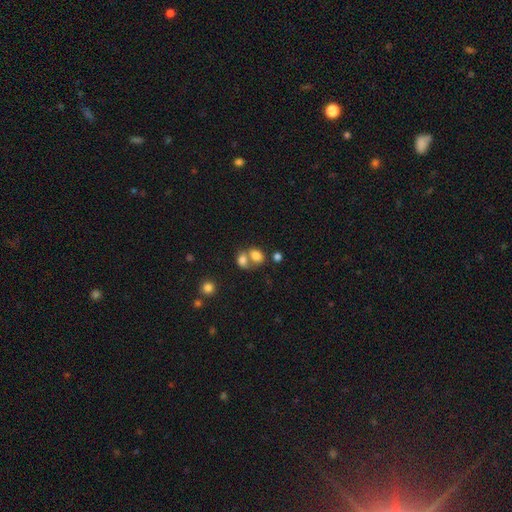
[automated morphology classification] smooth_or_featured: smooth (p=0.78) [alt: featured or disk p=0.11]
how_rounded: in between (p=0.62) [alt: round p=0.37]
merging: merger (p=0.58) [alt: none p=0.30]